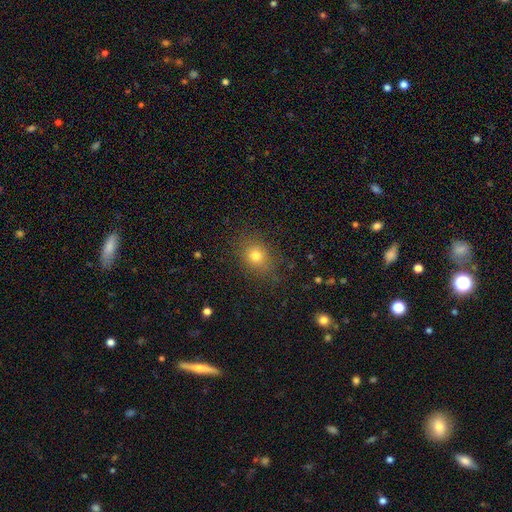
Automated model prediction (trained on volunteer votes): Overall: smooth (77%). How rounded: round (56%; in between 43%). Merging: none (83%).